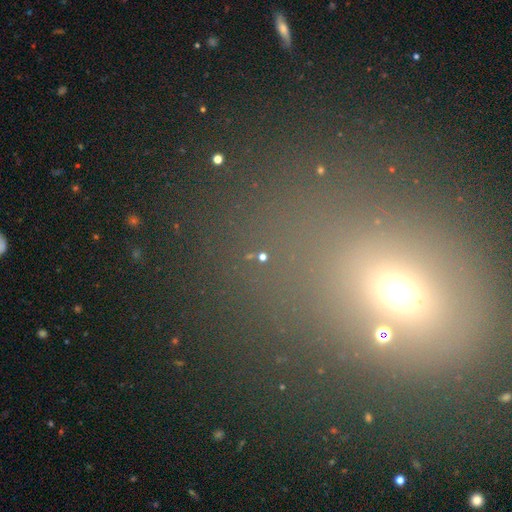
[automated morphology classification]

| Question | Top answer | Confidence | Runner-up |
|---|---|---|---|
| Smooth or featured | star or artifact | 48% | smooth (40%) |